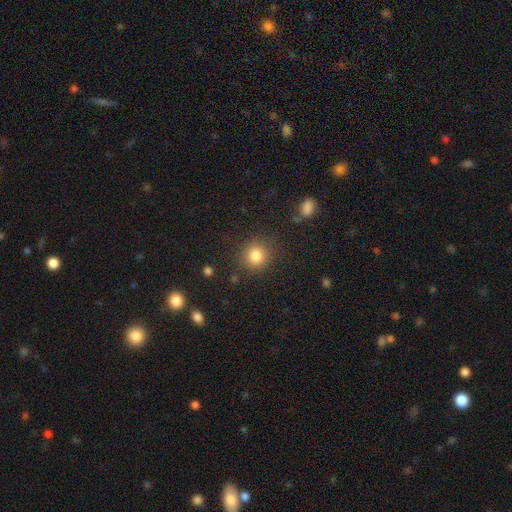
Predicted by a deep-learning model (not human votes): Morphology: type=smooth (83%); roundness=round (88%); merging=none (86%).